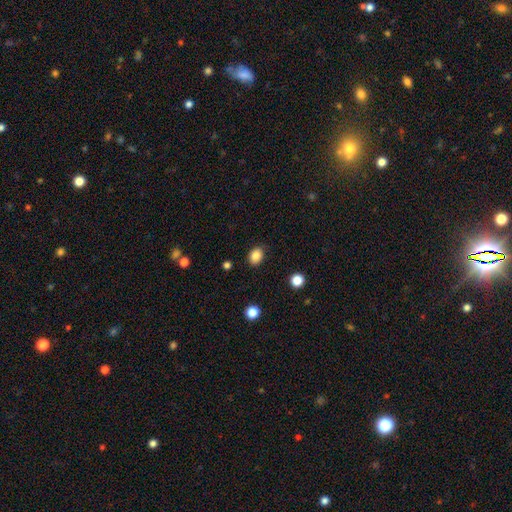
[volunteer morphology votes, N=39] Smooth or featured? 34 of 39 (87%) said smooth. How rounded? 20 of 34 (59%) said in between. Merging? 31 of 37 (84%) said none.